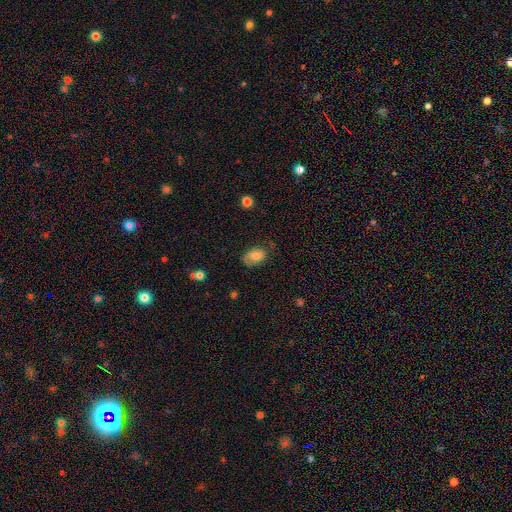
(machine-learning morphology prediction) The model was most divided on "merging": none: 59%, minor disturbance: 28%, major disturbance: 11%, merger: 2%. More confident: how rounded — in between (86%); smooth or featured — smooth (73%).